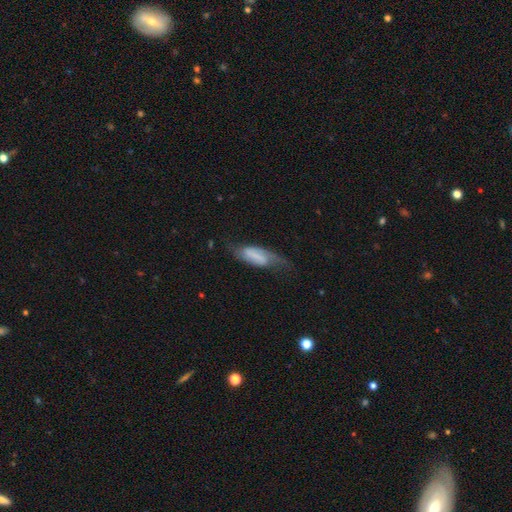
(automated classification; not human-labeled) Q: Smooth or featured?
A: featured or disk (55%); runner-up: smooth (37%)
Q: Edge-on disk?
A: no (84%); runner-up: yes (16%)
Q: Merging?
A: none (50%); runner-up: minor disturbance (27%)